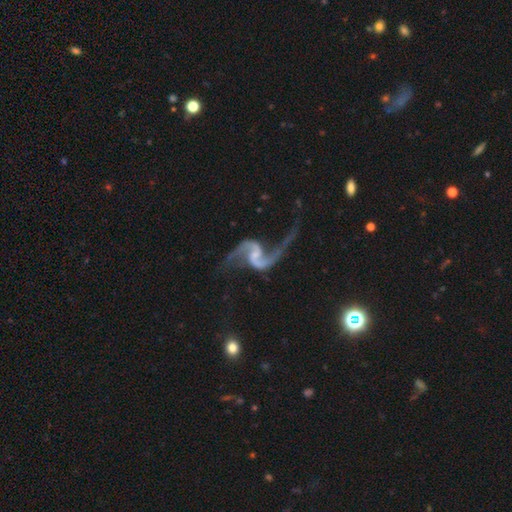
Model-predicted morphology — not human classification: The model was most divided on "bulge size": small: 43%, none: 32%, moderate: 21%, large: 3%, dominant: 1%. Remaining: edge-on disk — no (98%); spiral arms — yes (98%); spiral arm count — 2 (93%); smooth or featured — featured or disk (93%); spiral winding — loose (80%); merging — none (59%); bar — weak (48%).